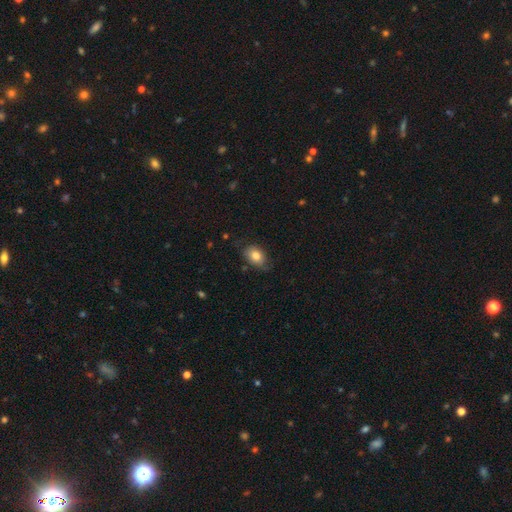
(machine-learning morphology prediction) A smooth galaxy with no disk features (81%) that is in between round and cigar-shaped (80%).

Vote fractions:
- Smooth or featured? smooth: 81% / featured or disk: 11% / star or artifact: 8%
- How rounded? in between: 80% / round: 19% / cigar-shaped: 1%
- Merging? none: 69% / minor disturbance: 24% / major disturbance: 5% / merger: 1%